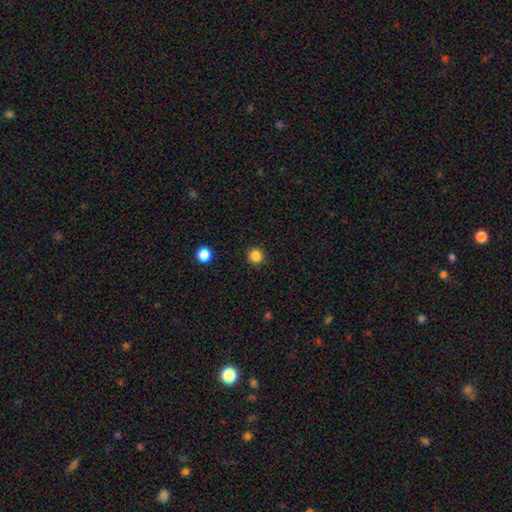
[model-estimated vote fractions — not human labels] The model was most divided on "smooth or featured": smooth: 84%, star or artifact: 12%, featured or disk: 3%. More confident: how rounded — round (94%); merging — none (92%).